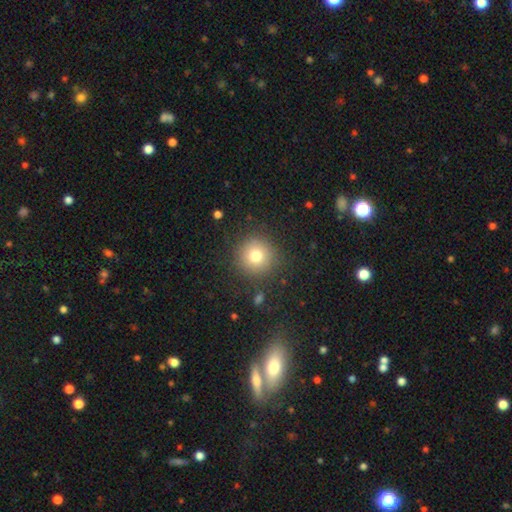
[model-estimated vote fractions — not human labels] Smooth or featured?
  - smooth: 77% *
  - star or artifact: 13%
  - featured or disk: 10%
How rounded?
  - round: 94% *
  - in between: 5%
  - cigar-shaped: 1%
Merging?
  - none: 87% *
  - minor disturbance: 8%
  - major disturbance: 4%
  - merger: 2%